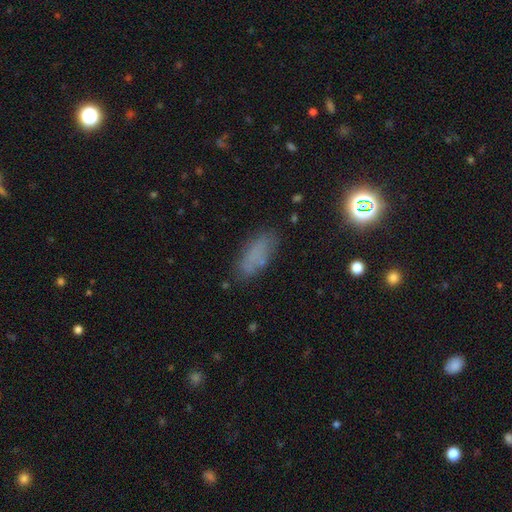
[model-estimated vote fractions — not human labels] The model was most divided on "how rounded": in between: 74%, cigar-shaped: 22%, round: 4%. More confident: merging — none (74%); smooth or featured — smooth (70%).